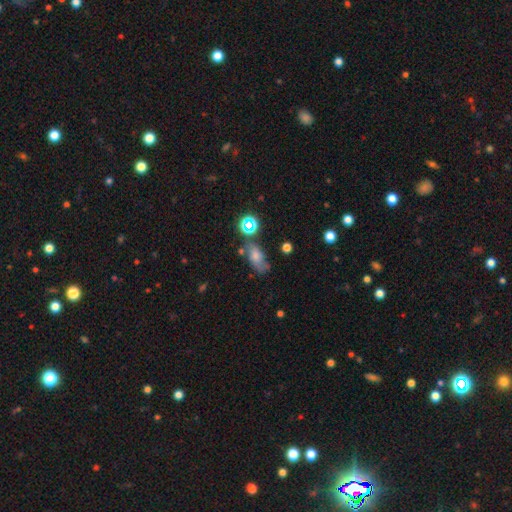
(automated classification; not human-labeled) A smooth galaxy with no disk features (54%) that is in between round and cigar-shaped (80%). Merging: none (46%).